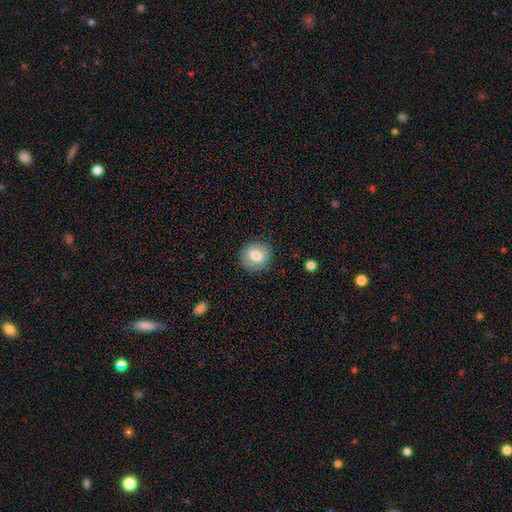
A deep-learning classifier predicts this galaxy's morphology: Overall: smooth (71%). How rounded: round (80%). Merging: none (84%).